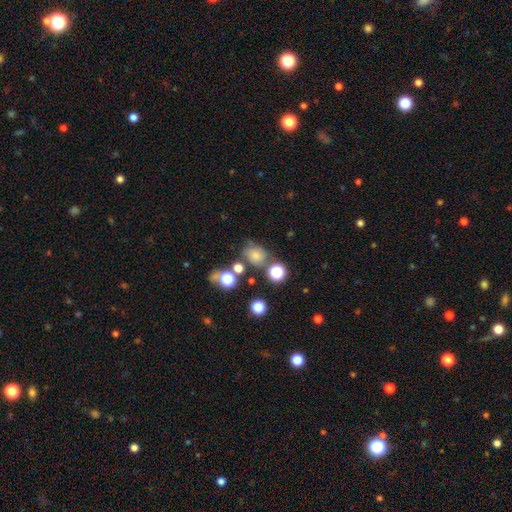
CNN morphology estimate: Smooth or featured? Predicted: smooth (p=0.67). How rounded? Predicted: round (p=0.64). Merging? Predicted: none (p=0.57).